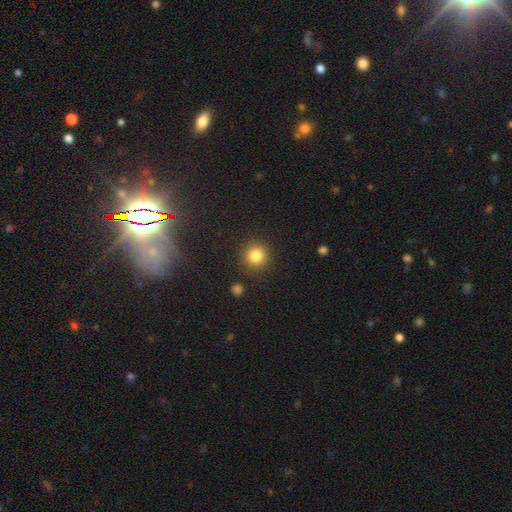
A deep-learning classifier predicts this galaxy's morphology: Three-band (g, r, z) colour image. It shows a smooth galaxy with no disk features (84%) that is round (93%). Merging: none (88%).